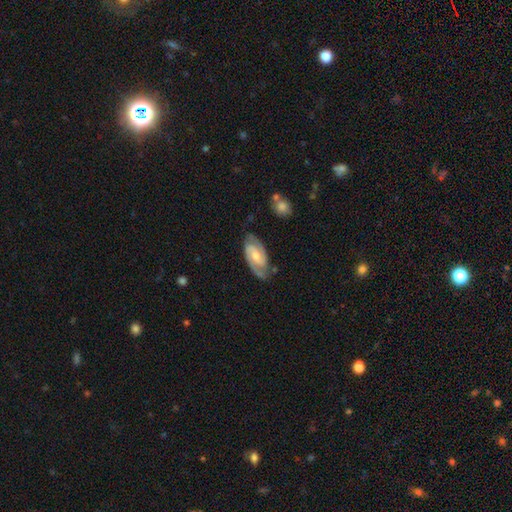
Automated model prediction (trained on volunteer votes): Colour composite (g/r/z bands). It shows a featured or disk galaxy (85%) with a weak bar (46%), 2 (90%) medium (47%) spiral arms (97%) and a moderate central bulge (43%, tied with small). Merging: none (79%).